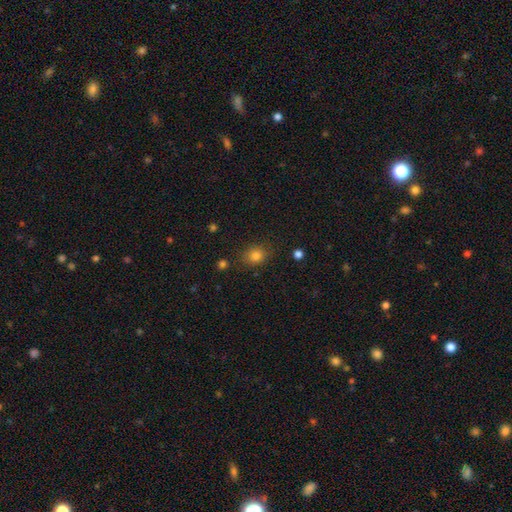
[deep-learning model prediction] Q: Smooth or featured?
A: smooth (82%); runner-up: star or artifact (12%)
Q: How rounded?
A: round (62%); runner-up: in between (37%)
Q: Merging?
A: none (80%); runner-up: minor disturbance (13%)